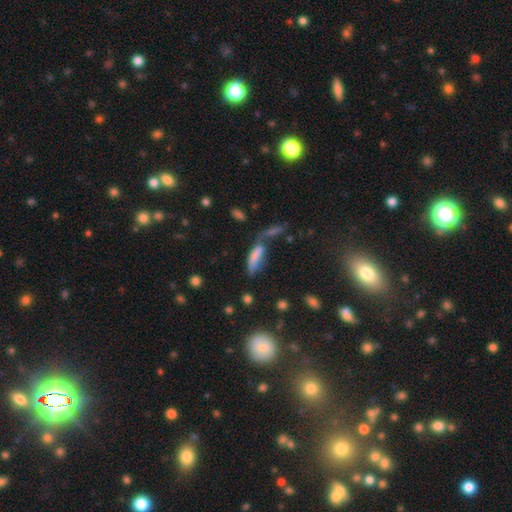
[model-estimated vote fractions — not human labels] Overall: smooth (70%). How rounded: cigar-shaped (54%; in between 44%). Merging: merger (35%; none 26%).